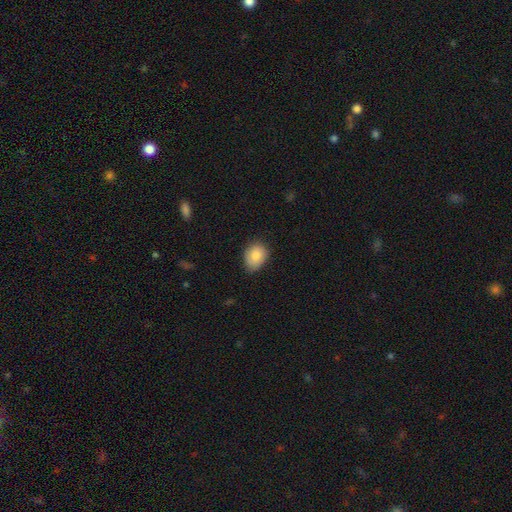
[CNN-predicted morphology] A smooth galaxy with no disk features (83%) that is in between round and cigar-shaped (56%).

Vote fractions:
- Smooth or featured? smooth: 83% / featured or disk: 9% / star or artifact: 8%
- How rounded? in between: 56% / round: 43% / cigar-shaped: 1%
- Merging? none: 71% / minor disturbance: 24% / major disturbance: 3% / merger: 1%